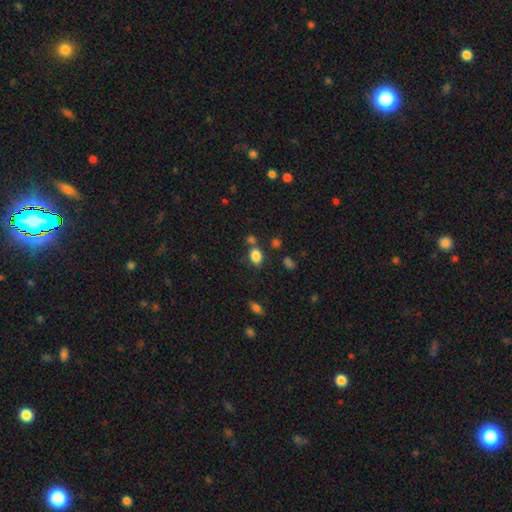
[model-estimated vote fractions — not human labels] Smooth or featured: smooth — 83% (star or artifact — 12%)
How rounded: in between — 69% (round — 30%)
Merging: none — 67% (merger — 15%)